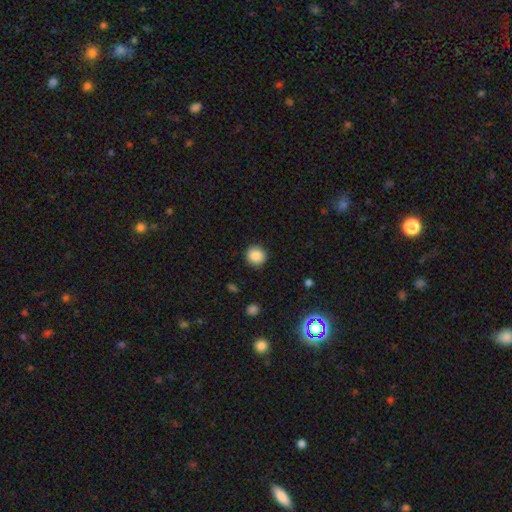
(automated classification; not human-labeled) smooth_or_featured: smooth (p=0.87) [alt: star or artifact p=0.09]
how_rounded: round (p=0.92) [alt: in between p=0.07]
merging: none (p=0.90) [alt: minor disturbance p=0.07]